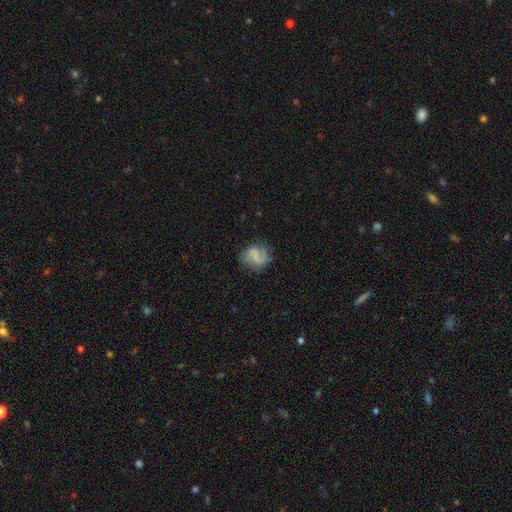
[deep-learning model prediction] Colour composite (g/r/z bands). It shows a smooth galaxy with no disk features (51%) that is round (62%). Merging: none (62%).